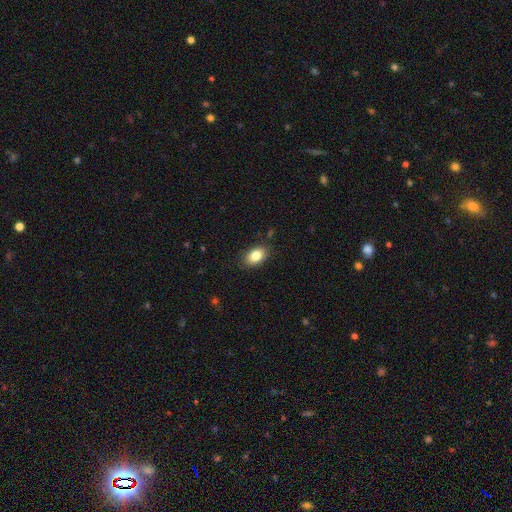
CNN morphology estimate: Q: Smooth or featured?
A: smooth (84%); runner-up: featured or disk (8%)
Q: How rounded?
A: in between (87%); runner-up: round (12%)
Q: Merging?
A: none (86%); runner-up: minor disturbance (11%)